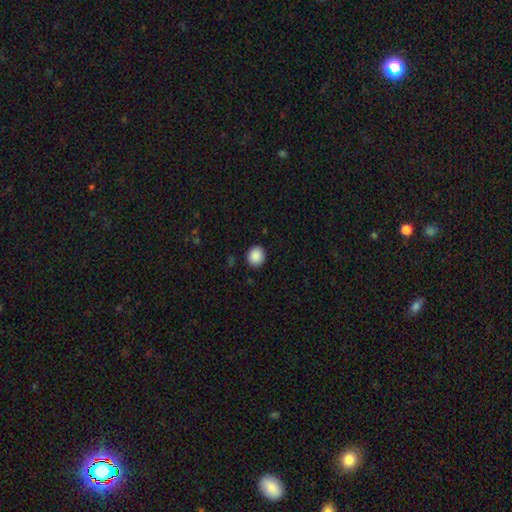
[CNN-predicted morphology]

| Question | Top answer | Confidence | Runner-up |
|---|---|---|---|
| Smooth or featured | smooth | 89% | star or artifact (8%) |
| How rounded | round | 80% | in between (20%) |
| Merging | none | 90% | minor disturbance (7%) |